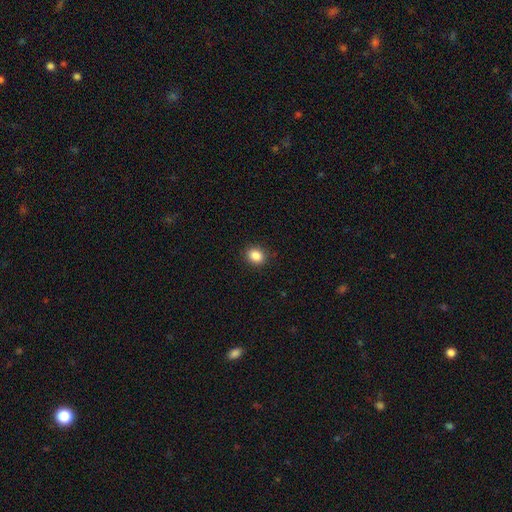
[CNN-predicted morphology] Smooth or featured: smooth — 86% (star or artifact — 10%)
How rounded: round — 56% (in between — 43%)
Merging: none — 90% (minor disturbance — 7%)